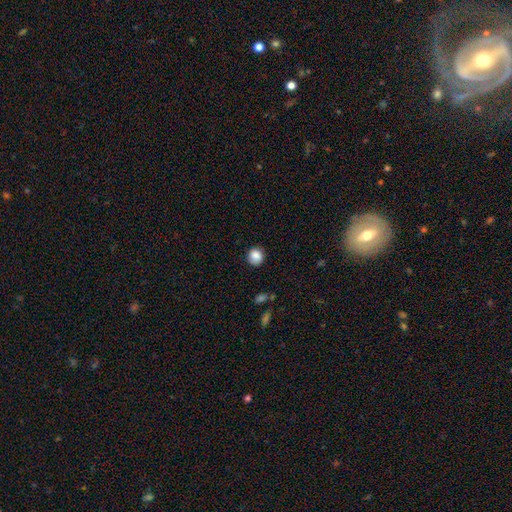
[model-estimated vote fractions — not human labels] Q: Smooth or featured?
A: smooth (85%); runner-up: star or artifact (9%)
Q: How rounded?
A: round (86%); runner-up: in between (13%)
Q: Merging?
A: none (83%); runner-up: minor disturbance (12%)